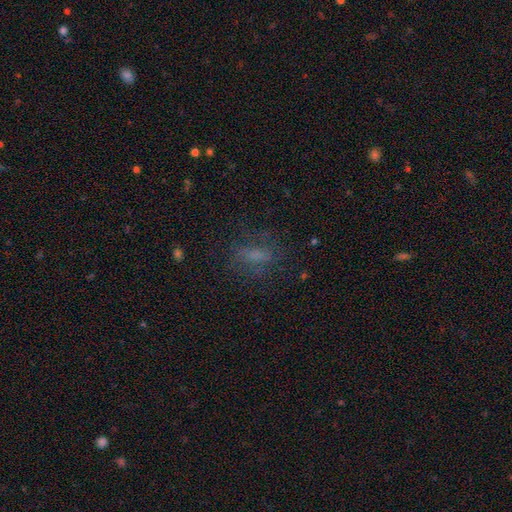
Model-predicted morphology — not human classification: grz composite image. It shows a smooth galaxy with no disk features (53%) that is in between round and cigar-shaped (64%). Merging: none (69%).